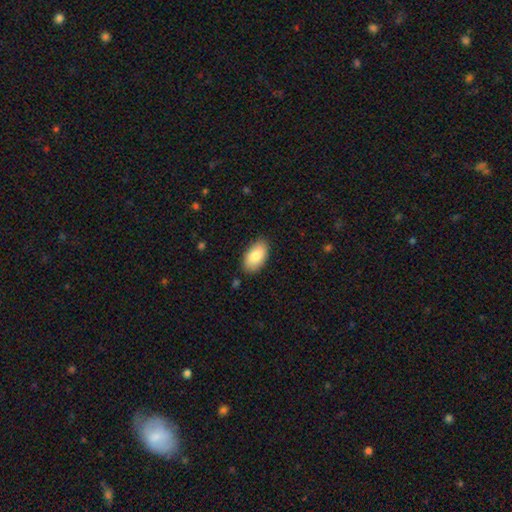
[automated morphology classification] smooth-or-featured: smooth: 85% | featured or disk: 9% | star or artifact: 6%
  how-rounded: in between: 95% | round: 3% | cigar-shaped: 2%
  merging: none: 85% | minor disturbance: 11% | major disturbance: 2% | merger: 1%